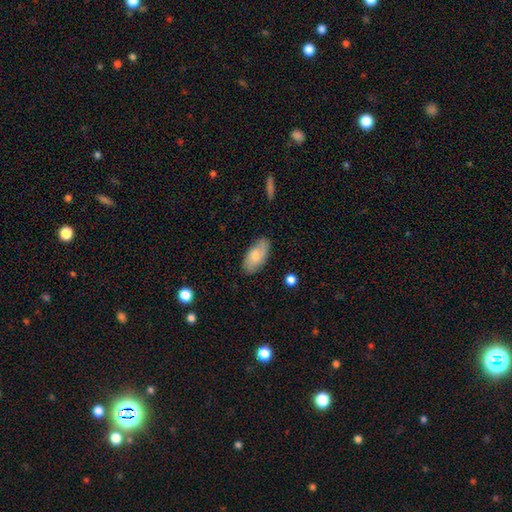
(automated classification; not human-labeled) The model was most divided on "smooth or featured": smooth: 74%, featured or disk: 20%, star or artifact: 6%. More confident: how rounded — in between (93%); merging — none (78%).